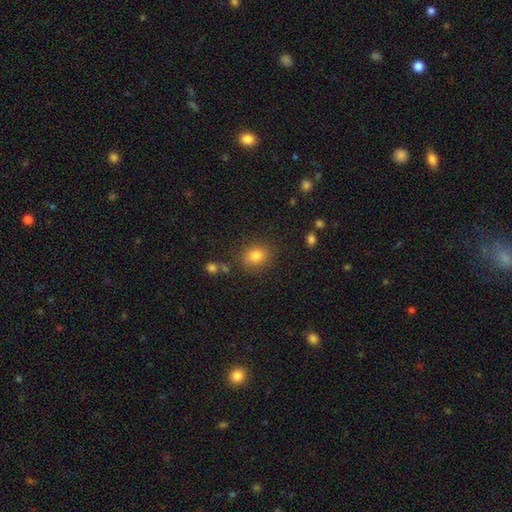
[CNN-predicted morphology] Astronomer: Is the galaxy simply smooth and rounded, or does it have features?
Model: smooth — 82%.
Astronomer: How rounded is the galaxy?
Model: round — 67%.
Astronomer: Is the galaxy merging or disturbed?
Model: none — 83%.